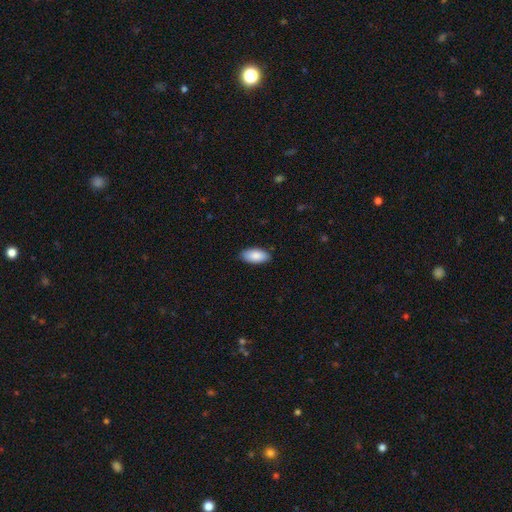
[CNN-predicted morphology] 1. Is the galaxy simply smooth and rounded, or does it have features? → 88% smooth, 6% star or artifact, 6% featured or disk.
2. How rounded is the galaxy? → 93% in between, 5% cigar-shaped, 2% round.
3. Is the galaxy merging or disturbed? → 87% none, 10% minor disturbance, 2% major disturbance, 1% merger.